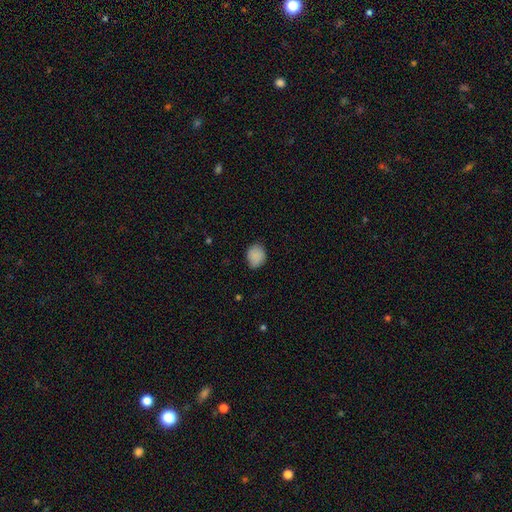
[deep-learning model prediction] Q: Smooth or featured?
A: smooth (88%); runner-up: star or artifact (8%)
Q: How rounded?
A: round (56%); runner-up: in between (43%)
Q: Merging?
A: none (75%); runner-up: minor disturbance (20%)